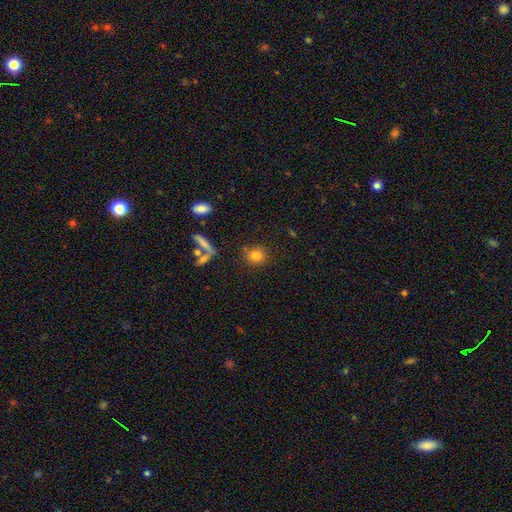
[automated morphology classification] Smooth or featured? smooth (79%)
How rounded? round (78%)
Merging? none (80%)